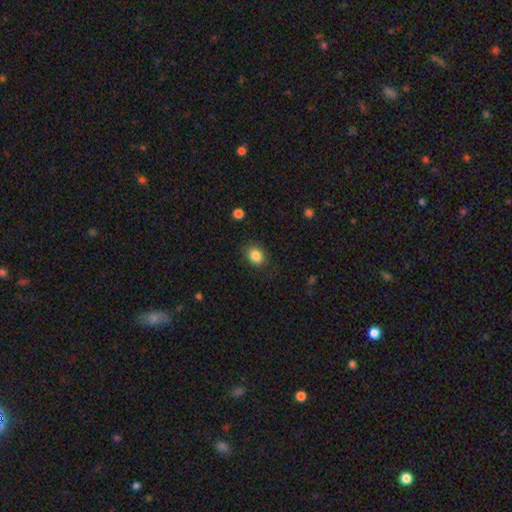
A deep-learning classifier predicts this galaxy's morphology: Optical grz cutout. It shows a smooth galaxy with no disk features (85%) that is in between round and cigar-shaped (51%). Merging: none (83%).